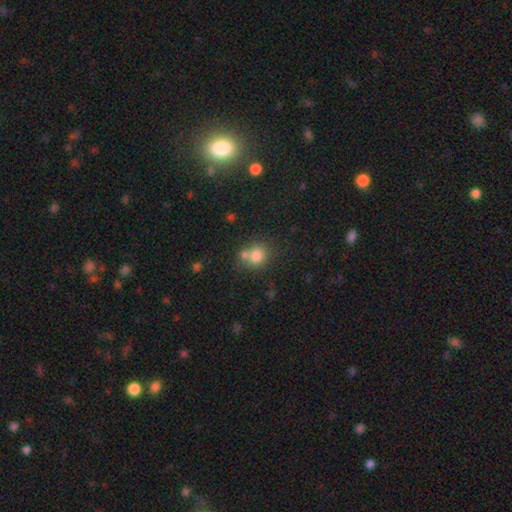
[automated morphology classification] Smooth or featured: smooth — 77% (star or artifact — 12%)
How rounded: round — 78% (in between — 21%)
Merging: none — 48% (merger — 37%)